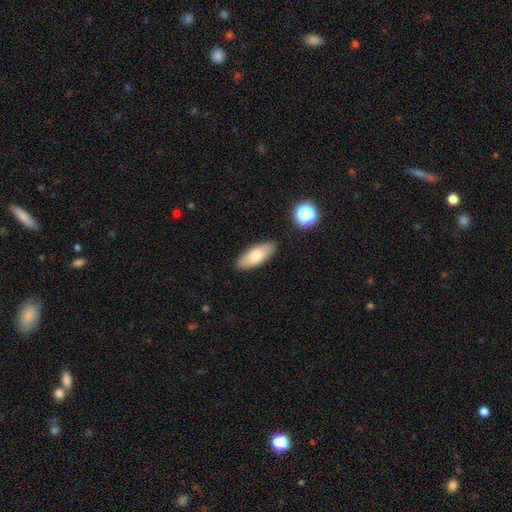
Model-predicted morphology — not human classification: Overall: smooth (75%). How rounded: in between (78%). Merging: none (87%).